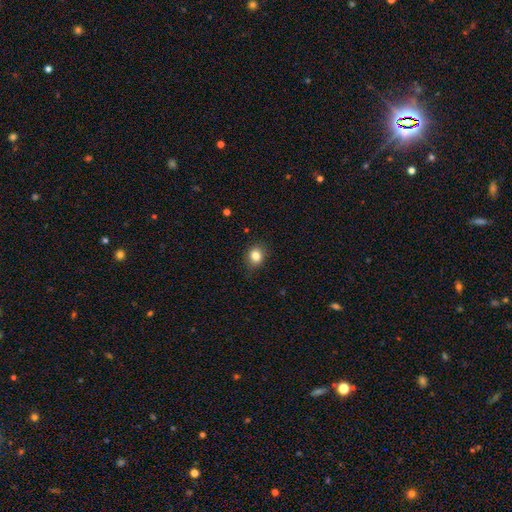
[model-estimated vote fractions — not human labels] Smooth or featured? Predicted: smooth (p=0.83). How rounded? Predicted: round (p=0.68). Merging? Predicted: none (p=0.84).